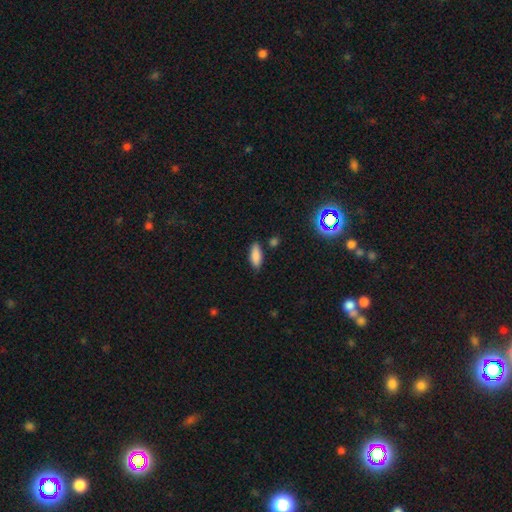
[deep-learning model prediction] smooth 86%, star or artifact 8%, featured or disk 6%. Down the decision tree: how rounded — in between (75%); merging — none (82%).